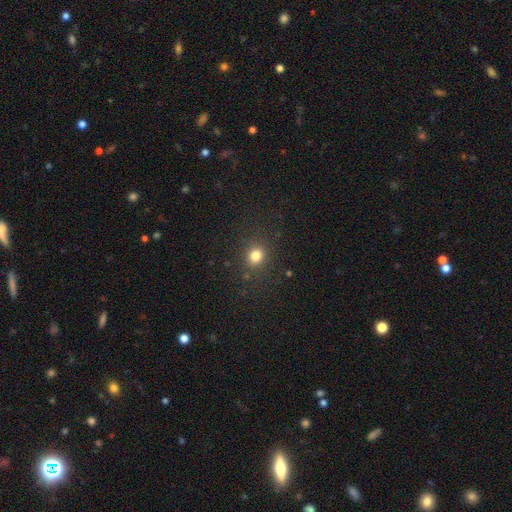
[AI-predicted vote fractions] Smooth or featured? smooth (80%)
How rounded? round (75%)
Merging? none (85%)